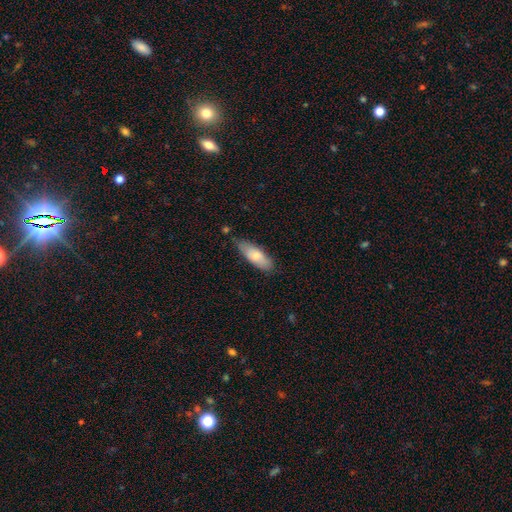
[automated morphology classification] Smooth or featured? smooth (76%)
How rounded? in between (62%)
Merging? none (72%)